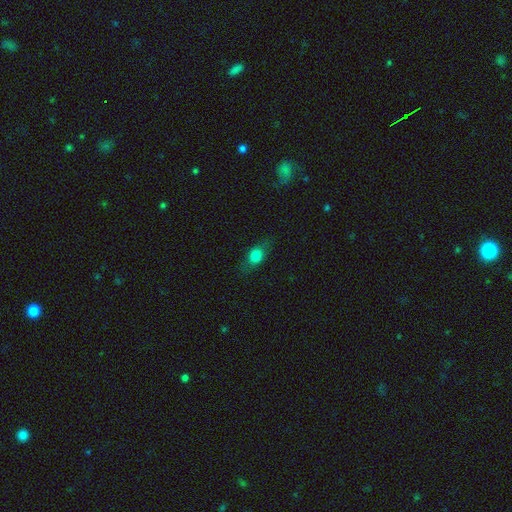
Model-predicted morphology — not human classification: Smooth or featured? Predicted: smooth (p=0.72). How rounded? Predicted: in between (p=0.66). Merging? Predicted: none (p=0.78).